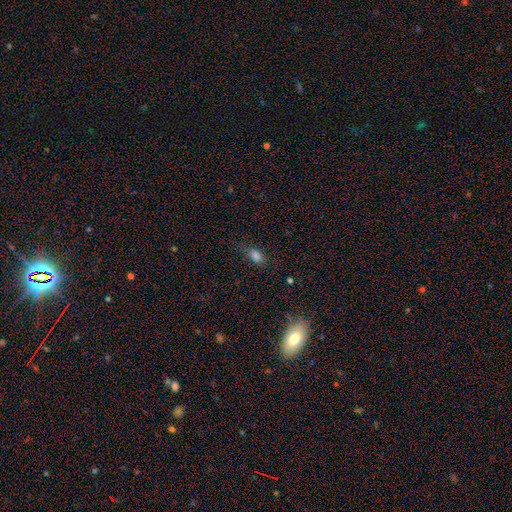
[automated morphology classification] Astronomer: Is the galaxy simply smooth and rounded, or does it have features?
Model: smooth — 79%.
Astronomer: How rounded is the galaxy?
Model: in between — 83%.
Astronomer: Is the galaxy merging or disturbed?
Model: none — 70%.